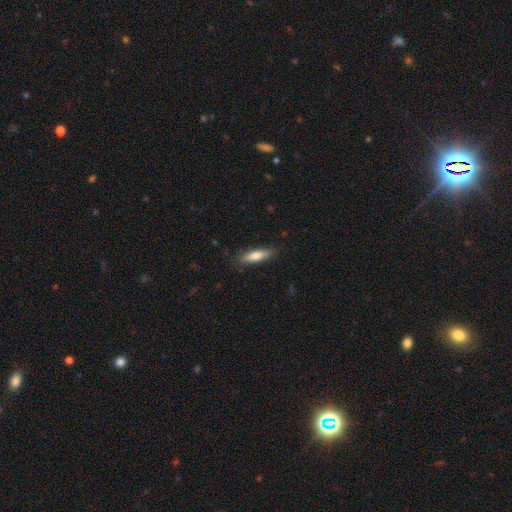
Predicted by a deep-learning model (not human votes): smooth-or-featured: smooth: 73% | featured or disk: 21% | star or artifact: 6%
  how-rounded: cigar-shaped: 66% | in between: 32% | round: 2%
  merging: none: 85% | minor disturbance: 12% | major disturbance: 3% | merger: 1%